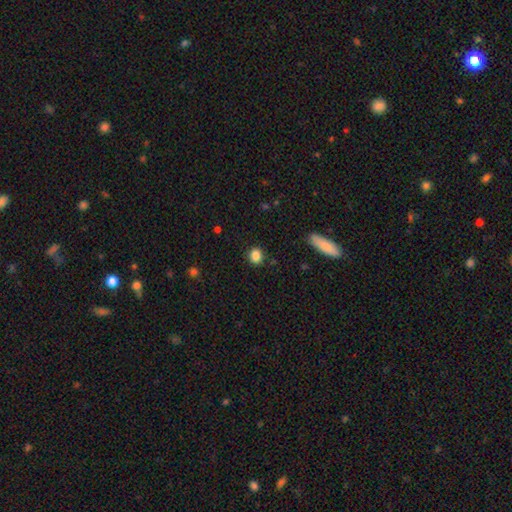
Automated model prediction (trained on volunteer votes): Overall: smooth (85%). How rounded: round (73%). Merging: none (88%).